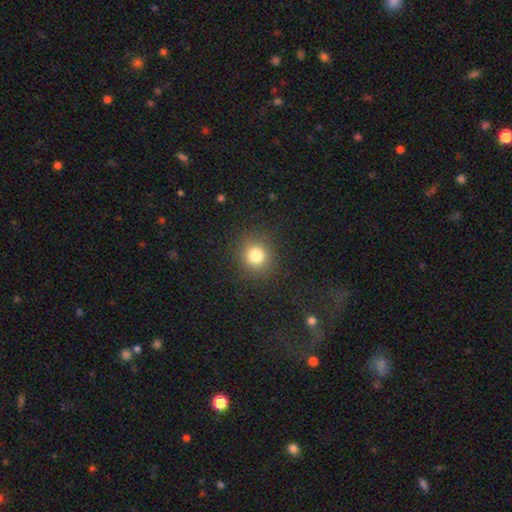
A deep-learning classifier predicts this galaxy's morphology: Smooth or featured?
  - smooth: 79% *
  - star or artifact: 14%
  - featured or disk: 7%
How rounded?
  - round: 91% *
  - in between: 8%
  - cigar-shaped: 1%
Merging?
  - none: 89% *
  - minor disturbance: 6%
  - major disturbance: 3%
  - merger: 1%